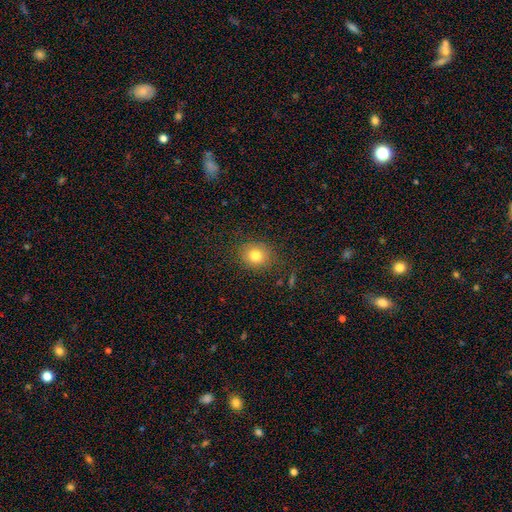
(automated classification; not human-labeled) Q: Smooth or featured?
A: smooth (79%); runner-up: star or artifact (12%)
Q: How rounded?
A: round (81%); runner-up: in between (18%)
Q: Merging?
A: none (85%); runner-up: minor disturbance (10%)